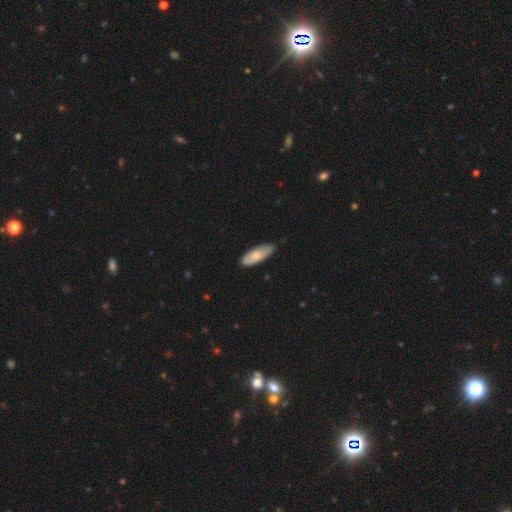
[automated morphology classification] smooth-or-featured: smooth: 79% | featured or disk: 15% | star or artifact: 5%
  how-rounded: in between: 67% | cigar-shaped: 31% | round: 2%
  merging: none: 82% | minor disturbance: 15% | major disturbance: 2% | merger: 1%